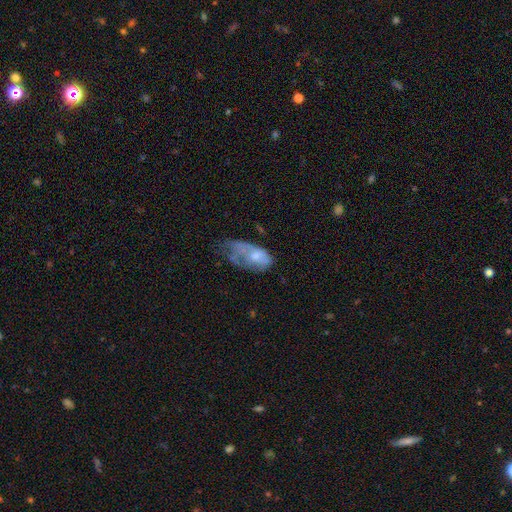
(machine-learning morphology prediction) smooth-or-featured: smooth: 49% | featured or disk: 42% | star or artifact: 8%
  merging: major disturbance: 47% | minor disturbance: 29% | none: 18% | merger: 6%